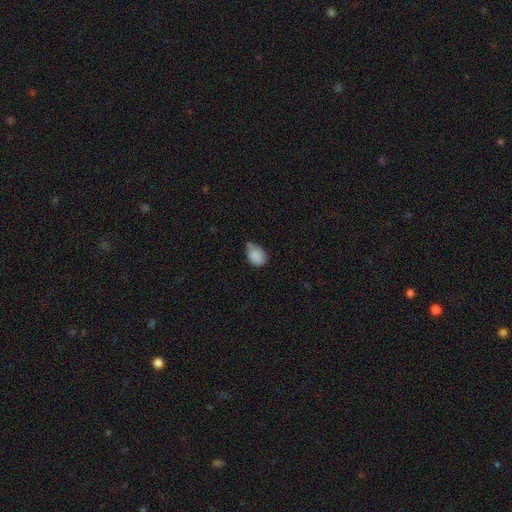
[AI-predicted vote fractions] Smooth or featured: smooth — 86% (star or artifact — 9%)
How rounded: in between — 58% (round — 41%)
Merging: minor disturbance — 41% (none — 40%)